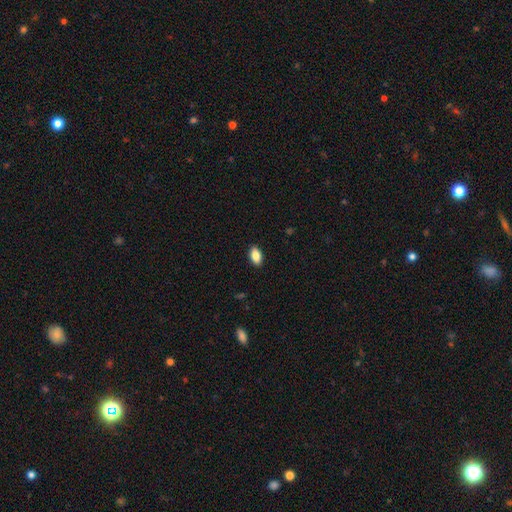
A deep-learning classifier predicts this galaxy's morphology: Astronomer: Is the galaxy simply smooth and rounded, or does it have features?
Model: smooth — 86%.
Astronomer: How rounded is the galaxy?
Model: in between — 92%.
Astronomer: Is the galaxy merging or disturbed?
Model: none — 89%.